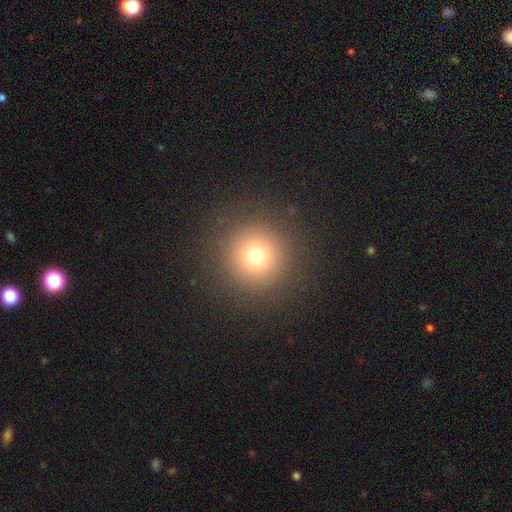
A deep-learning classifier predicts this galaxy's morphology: Overall: smooth (73%). How rounded: round (96%). Merging: none (91%).